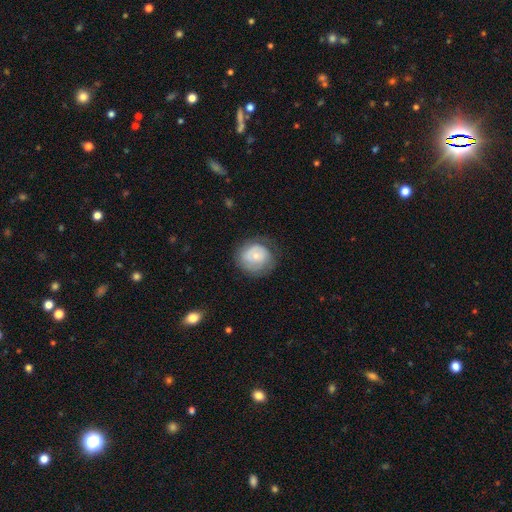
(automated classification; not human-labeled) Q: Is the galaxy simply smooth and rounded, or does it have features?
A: smooth — 56%.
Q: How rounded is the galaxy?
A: round — 85%.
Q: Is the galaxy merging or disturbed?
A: none — 66%.